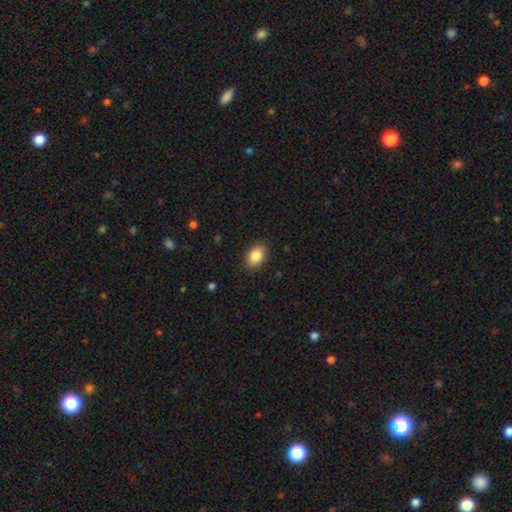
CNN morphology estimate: Q: Smooth or featured?
A: smooth (86%); runner-up: star or artifact (8%)
Q: How rounded?
A: in between (86%); runner-up: round (13%)
Q: Merging?
A: none (88%); runner-up: minor disturbance (9%)